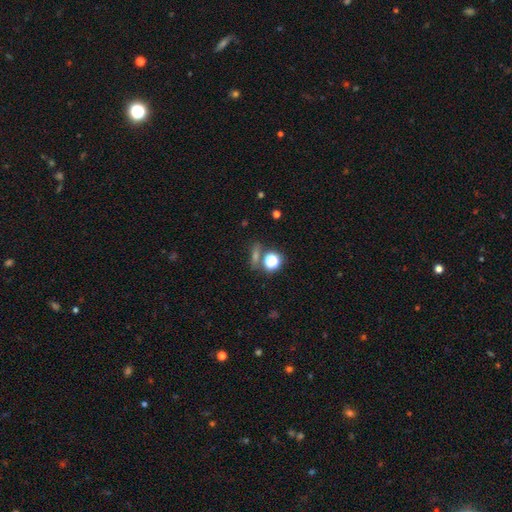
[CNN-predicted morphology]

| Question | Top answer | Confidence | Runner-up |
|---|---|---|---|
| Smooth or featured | smooth | 45% | star or artifact (40%) |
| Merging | none | 69% | merger (15%) |